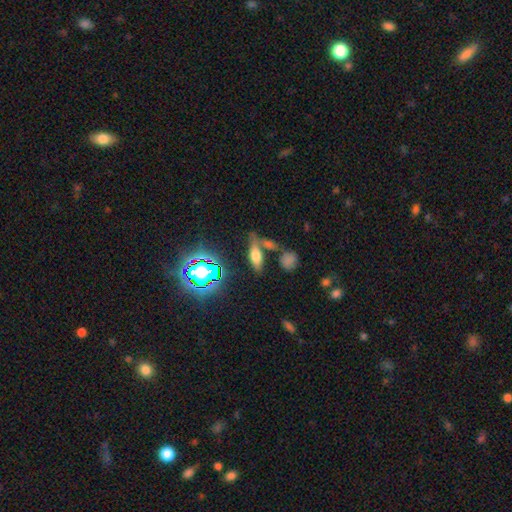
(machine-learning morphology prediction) This is possibly a smooth galaxy (55%). How rounded: likely in between (61%). Merging: likely none (60%).